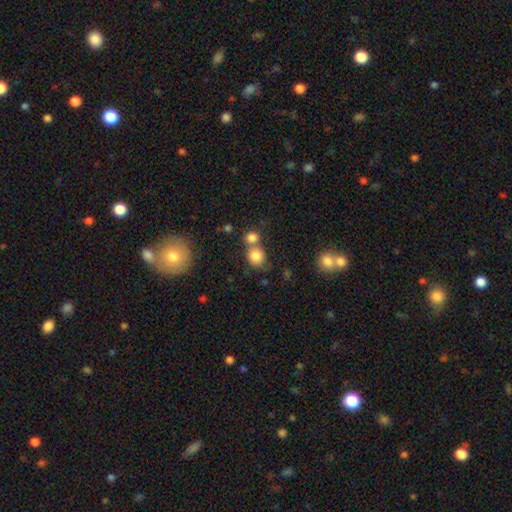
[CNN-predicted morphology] Smooth or featured? smooth (83%)
How rounded? round (76%)
Merging? none (48%)